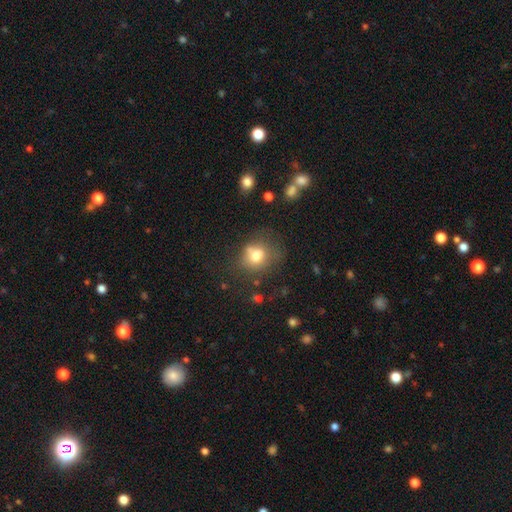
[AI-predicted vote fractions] smooth 72%, featured or disk 16%, star or artifact 13%. Down the decision tree: how rounded — round (68%); merging — none (54%).